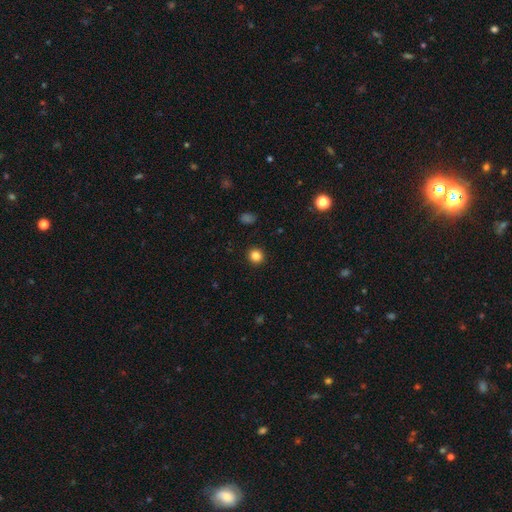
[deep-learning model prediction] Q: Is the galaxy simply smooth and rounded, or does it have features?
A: smooth — 85%.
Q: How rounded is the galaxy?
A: round — 92%.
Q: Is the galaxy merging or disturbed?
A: none — 93%.